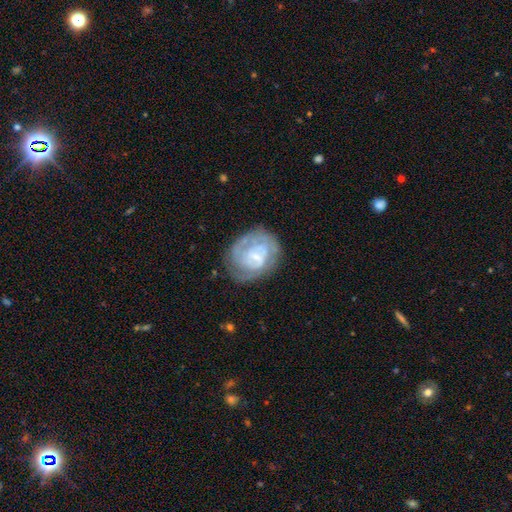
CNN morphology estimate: Smooth or featured?
  - featured or disk: 73% *
  - smooth: 20%
  - star or artifact: 7%
Edge-on disk?
  - no: 98% *
  - yes: 2%
Bar?
  - no: 44% * (tied)
  - weak: 44% * (tied)
  - strong: 12%
Spiral arms?
  - yes: 82% *
  - no: 18%
Spiral winding?
  - tight: 63% *
  - medium: 28%
  - loose: 9%
Spiral arm count?
  - can't tell: 42% *
  - 2: 32%
  - 3: 11%
  - 1: 8%
  - 4: 4%
  - more than 4: 3%
Bulge size?
  - small: 57% *
  - moderate: 20%
  - none: 18%
  - large: 3%
  - dominant: 1%
Merging?
  - none: 65% *
  - minor disturbance: 21%
  - major disturbance: 12%
  - merger: 2%